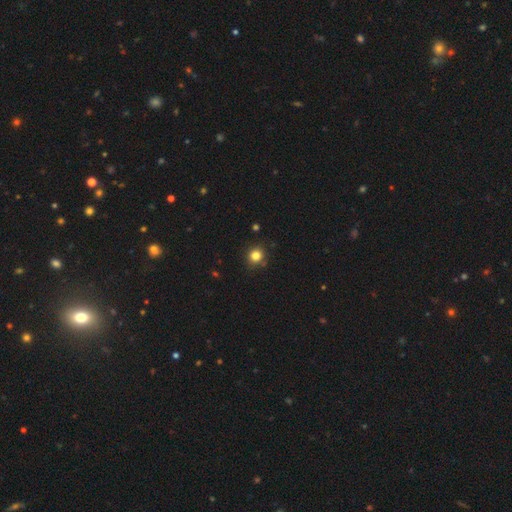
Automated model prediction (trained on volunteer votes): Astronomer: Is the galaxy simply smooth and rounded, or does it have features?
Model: smooth — 81%.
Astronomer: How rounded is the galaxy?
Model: round — 88%.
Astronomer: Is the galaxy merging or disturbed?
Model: none — 85%.